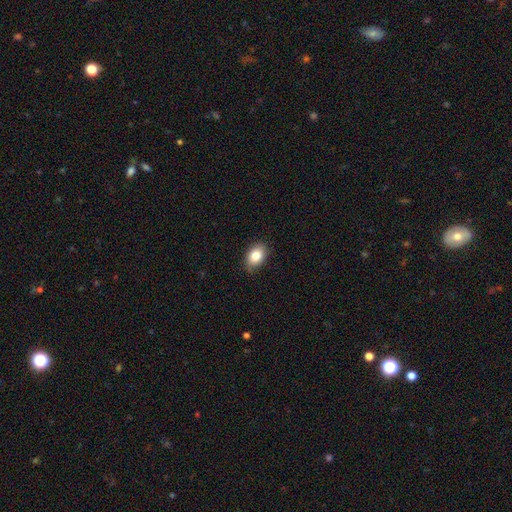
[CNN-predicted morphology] This is clearly a smooth galaxy (85%). How rounded: clearly in between (83%). Merging: clearly none (83%).